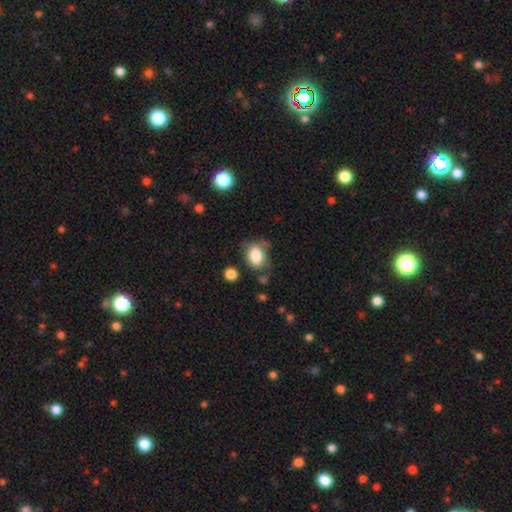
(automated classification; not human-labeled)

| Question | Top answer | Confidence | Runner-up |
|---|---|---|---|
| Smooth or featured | smooth | 81% | featured or disk (11%) |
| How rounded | in between | 69% | round (30%) |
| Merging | none | 52% | minor disturbance (29%) |